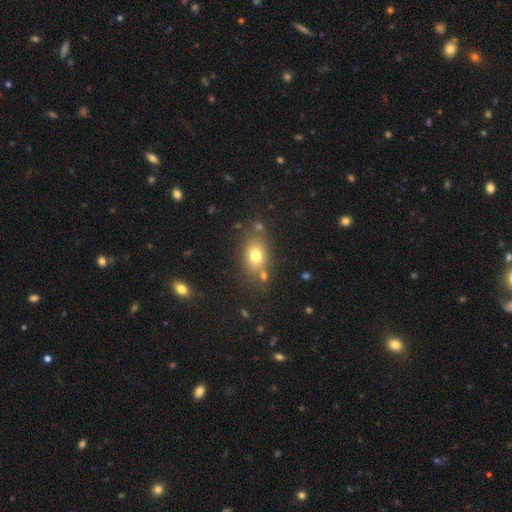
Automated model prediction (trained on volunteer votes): Overall: smooth (76%). How rounded: in between (73%). Merging: none (73%).